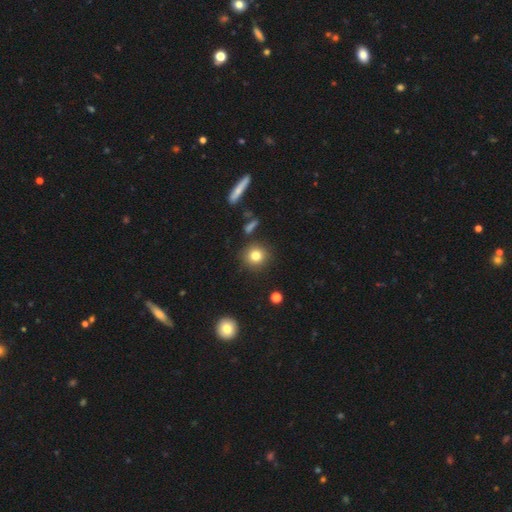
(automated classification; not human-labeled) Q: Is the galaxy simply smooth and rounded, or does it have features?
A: smooth — 80%.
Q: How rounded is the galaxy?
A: round — 91%.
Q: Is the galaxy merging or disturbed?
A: none — 88%.